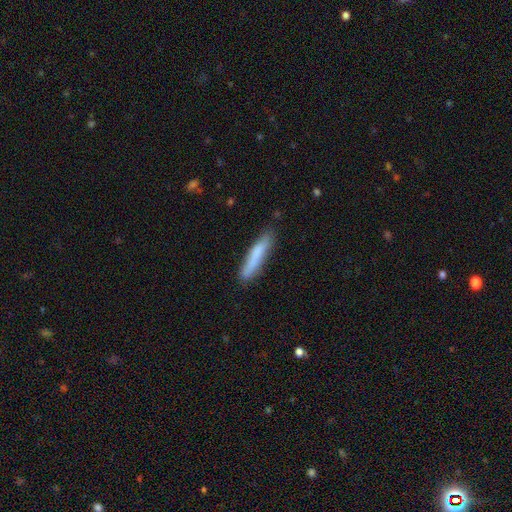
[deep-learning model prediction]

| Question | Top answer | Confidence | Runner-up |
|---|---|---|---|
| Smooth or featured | smooth | 77% | featured or disk (17%) |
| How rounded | cigar-shaped | 90% | in between (8%) |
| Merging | none | 78% | minor disturbance (17%) |